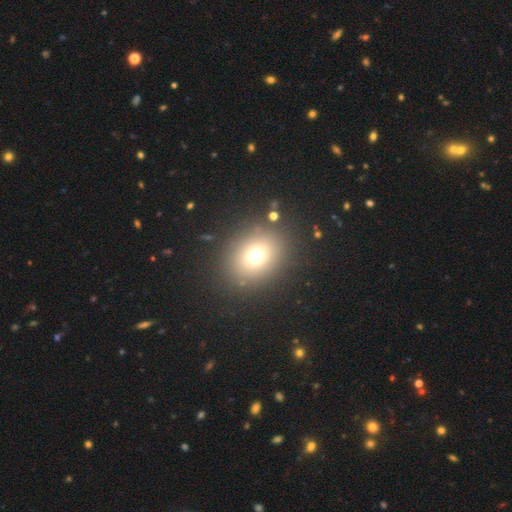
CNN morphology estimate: This is likely a smooth galaxy (68%). How rounded: likely round (65%). Merging: clearly none (84%).